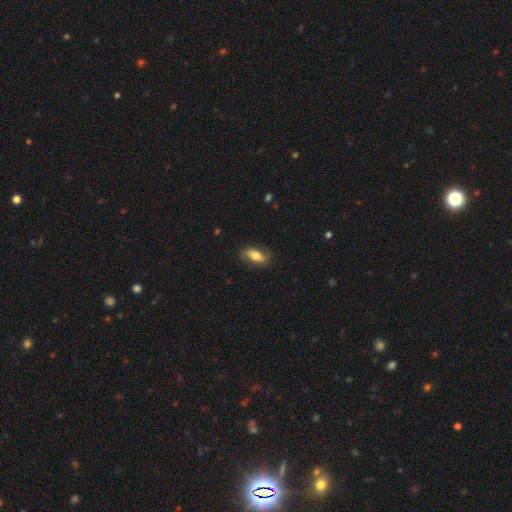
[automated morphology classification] Overall: smooth (63%; featured or disk 31%). How rounded: in between (80%). Merging: none (77%).